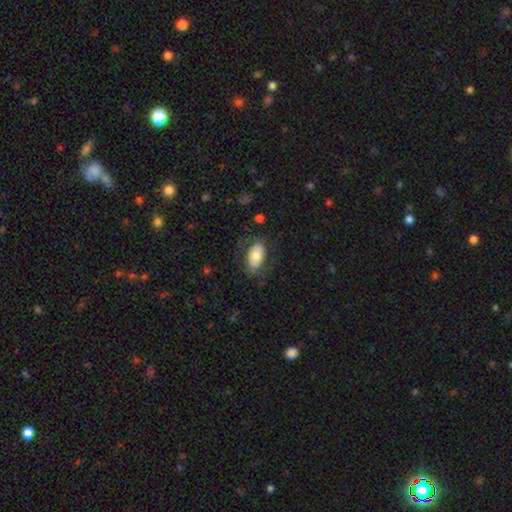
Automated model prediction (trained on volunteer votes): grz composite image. It shows a smooth galaxy with no disk features (68%) that is in between round and cigar-shaped (93%). Merging: none (68%).